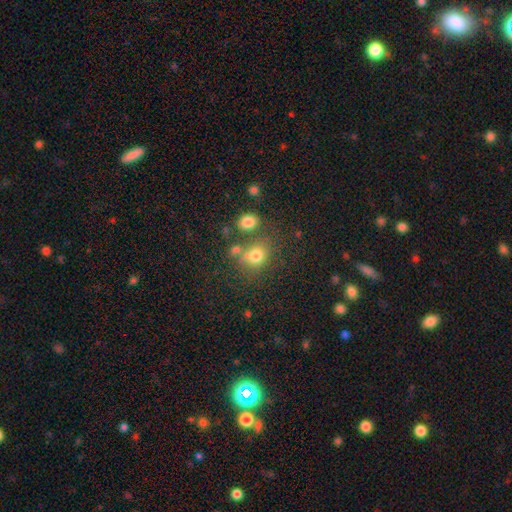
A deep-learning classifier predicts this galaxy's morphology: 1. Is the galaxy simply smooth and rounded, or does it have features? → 73% smooth, 16% star or artifact, 11% featured or disk.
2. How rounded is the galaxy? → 68% round, 31% in between, 1% cigar-shaped.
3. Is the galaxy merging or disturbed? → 57% none, 22% merger, 14% minor disturbance, 7% major disturbance.